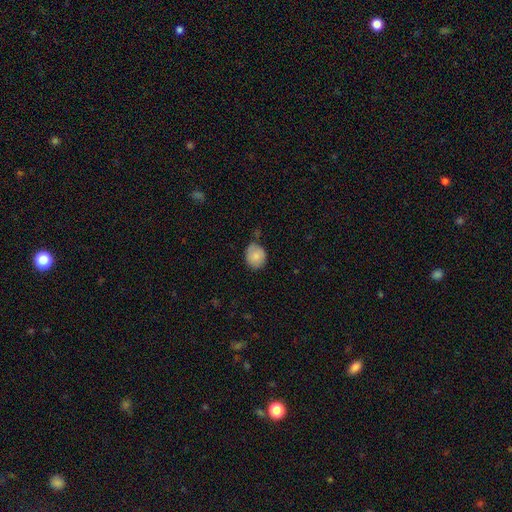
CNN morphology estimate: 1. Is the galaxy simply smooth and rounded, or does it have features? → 84% smooth, 9% featured or disk, 7% star or artifact.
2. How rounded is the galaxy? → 70% round, 29% in between, 1% cigar-shaped.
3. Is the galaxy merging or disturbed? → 64% none, 27% minor disturbance, 5% merger, 5% major disturbance.